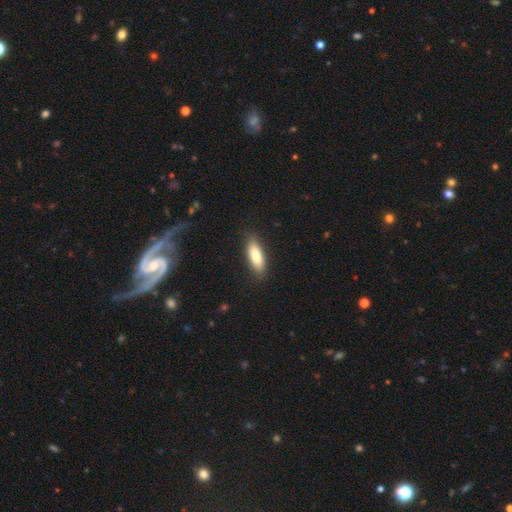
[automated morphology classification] Smooth or featured: smooth — 79% (featured or disk — 15%)
How rounded: in between — 63% (cigar-shaped — 35%)
Merging: none — 85% (minor disturbance — 11%)